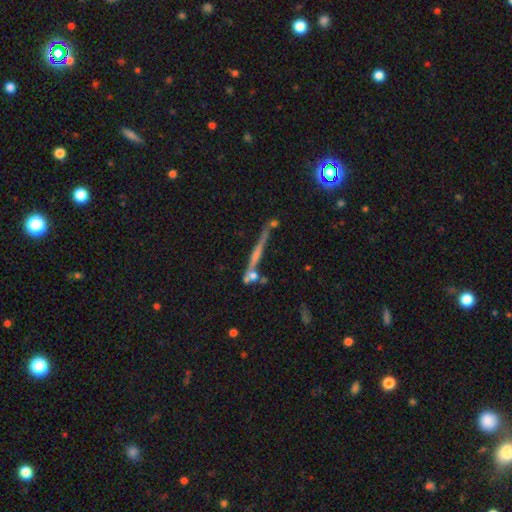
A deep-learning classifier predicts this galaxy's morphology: A featured or disk galaxy (60%) viewed edge-on (92%) with no central bulge (56%). Merging: none (69%).